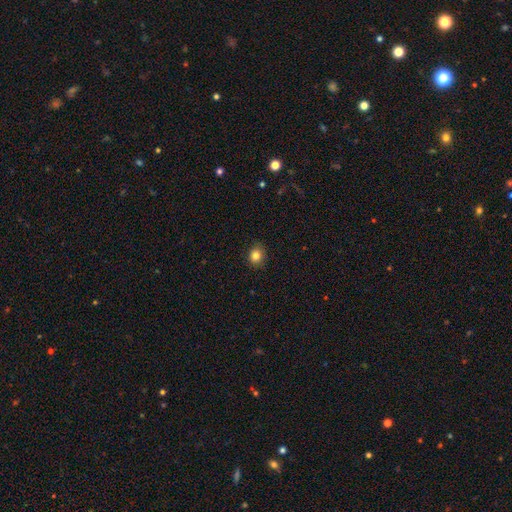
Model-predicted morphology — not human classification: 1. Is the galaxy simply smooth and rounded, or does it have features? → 83% smooth, 11% star or artifact, 6% featured or disk.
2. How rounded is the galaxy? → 69% round, 30% in between, 1% cigar-shaped.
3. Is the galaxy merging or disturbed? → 87% none, 10% minor disturbance, 2% major disturbance, 1% merger.